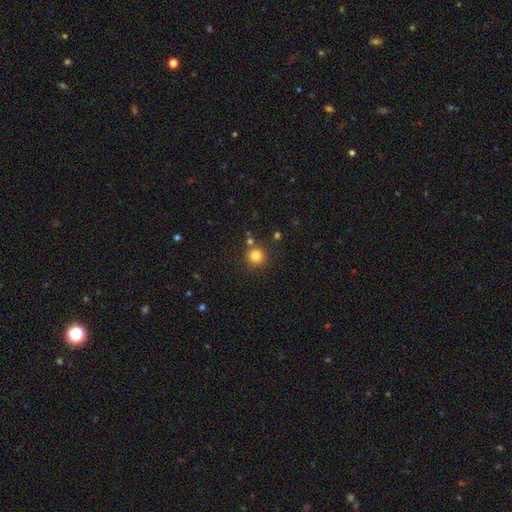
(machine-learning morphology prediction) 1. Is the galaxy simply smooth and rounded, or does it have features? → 82% smooth, 13% star or artifact, 5% featured or disk.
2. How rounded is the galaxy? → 93% round, 6% in between, 1% cigar-shaped.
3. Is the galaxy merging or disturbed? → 83% none, 8% minor disturbance, 6% merger, 3% major disturbance.